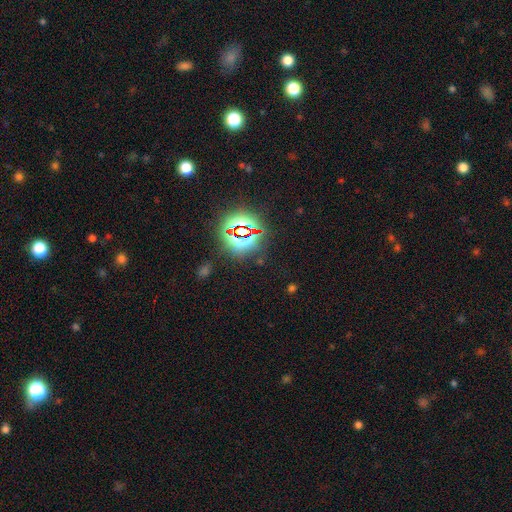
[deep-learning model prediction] Smooth or featured: star or artifact — 80% (smooth — 12%)